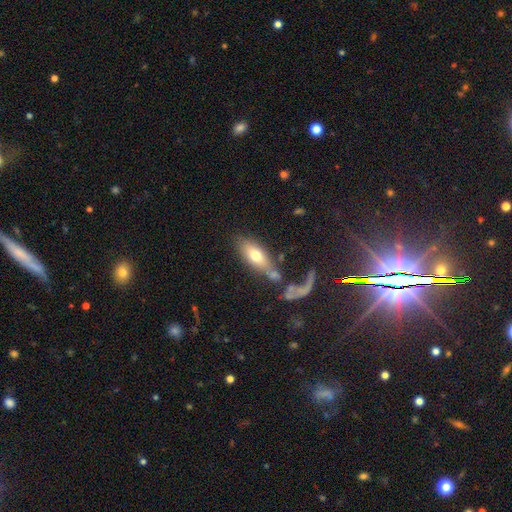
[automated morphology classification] Smooth or featured? smooth (67%)
How rounded? in between (79%)
Merging? none (43%)